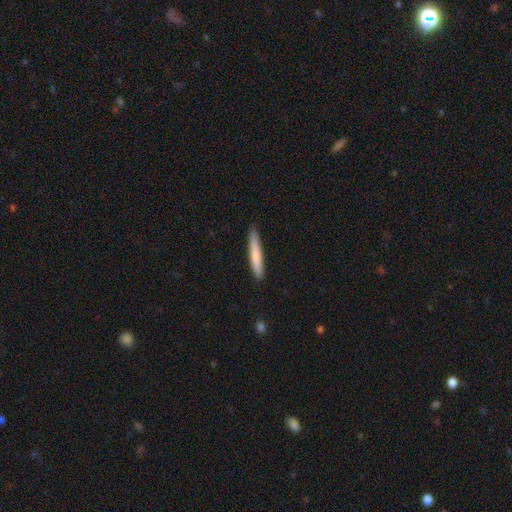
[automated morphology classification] Smooth or featured: smooth — 75% (featured or disk — 20%)
How rounded: cigar-shaped — 95% (in between — 4%)
Merging: none — 87% (minor disturbance — 10%)